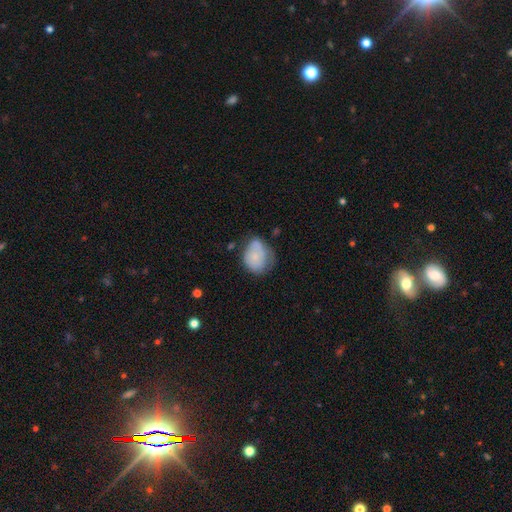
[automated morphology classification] Smooth or featured?
  - smooth: 62% *
  - featured or disk: 30%
  - star or artifact: 8%
How rounded?
  - in between: 54% *
  - round: 45%
  - cigar-shaped: 1%
Merging?
  - none: 42% *
  - minor disturbance: 36%
  - major disturbance: 17%
  - merger: 5%